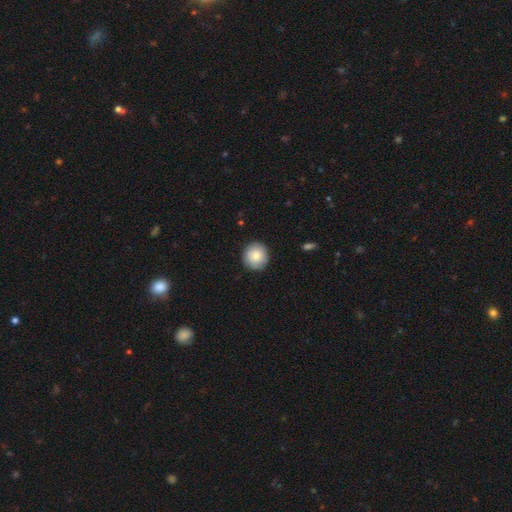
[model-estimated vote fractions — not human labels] Smooth or featured? smooth (84%)
How rounded? round (92%)
Merging? none (90%)